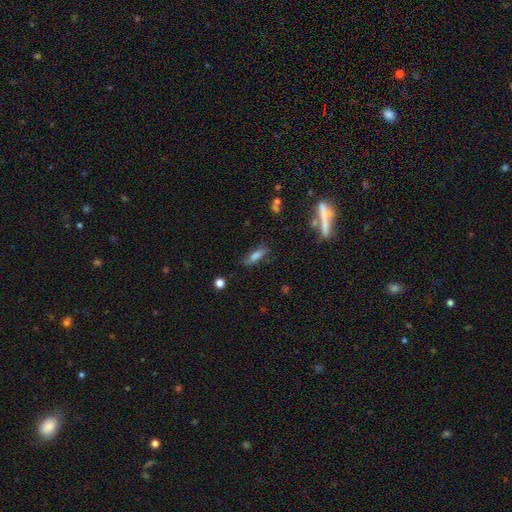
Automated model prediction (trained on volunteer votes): Smooth or featured? Predicted: smooth (p=0.69). How rounded? Predicted: cigar-shaped (p=0.58). Merging? Predicted: none (p=0.69).